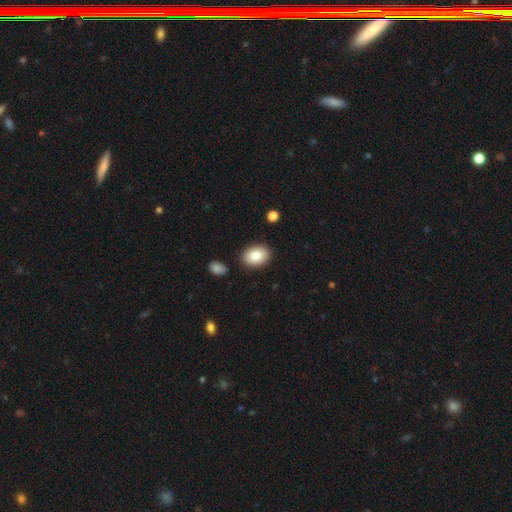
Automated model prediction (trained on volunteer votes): Smooth or featured? Predicted: smooth (p=0.86). How rounded? Predicted: in between (p=0.81). Merging? Predicted: none (p=0.86).